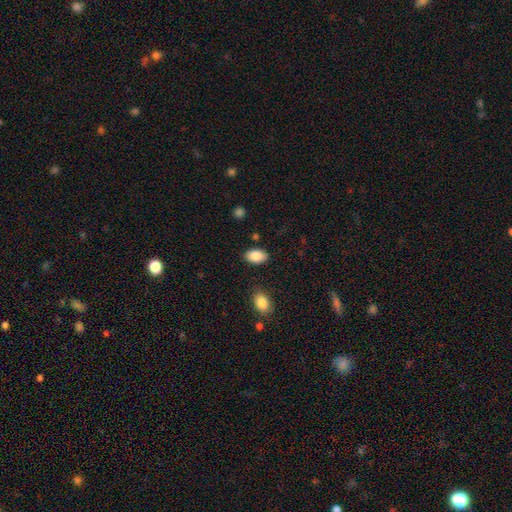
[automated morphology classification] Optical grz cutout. It shows a smooth galaxy with no disk features (87%) that is in between round and cigar-shaped (92%). Merging: none (85%).